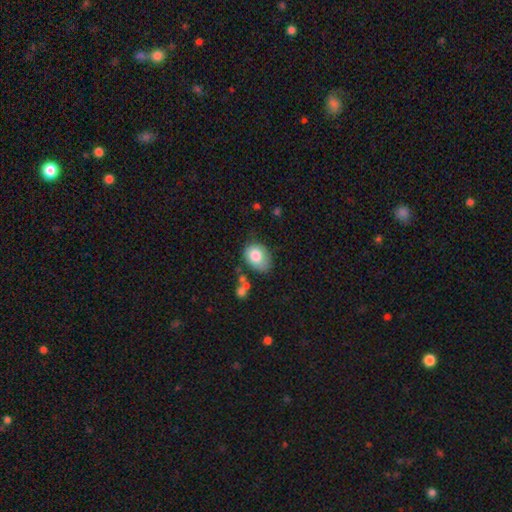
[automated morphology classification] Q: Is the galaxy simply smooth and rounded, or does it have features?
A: smooth — 79%.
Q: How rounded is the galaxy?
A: in between — 64%.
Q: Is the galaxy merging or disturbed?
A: none — 57%.